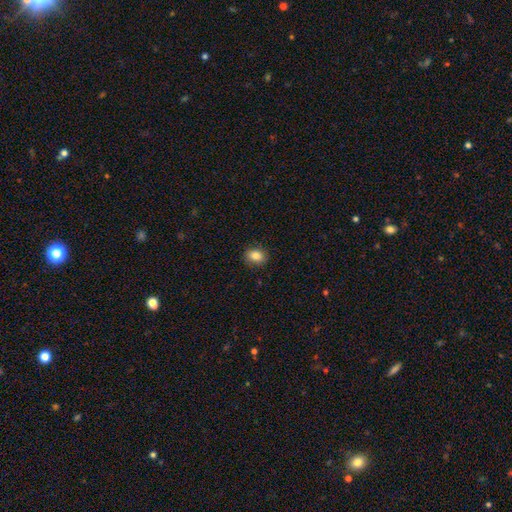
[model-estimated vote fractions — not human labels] The model was most divided on "how rounded": in between: 59%, round: 40%, cigar-shaped: 1%. More confident: merging — none (86%); smooth or featured — smooth (85%).